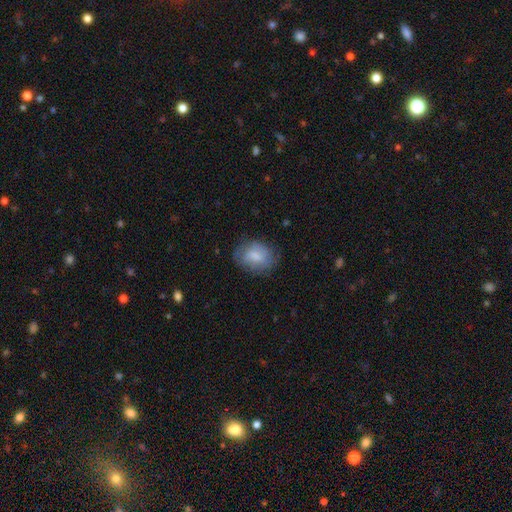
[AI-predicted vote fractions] This is likely a smooth galaxy (69%). How rounded: likely in between (64%). Merging: likely none (68%).